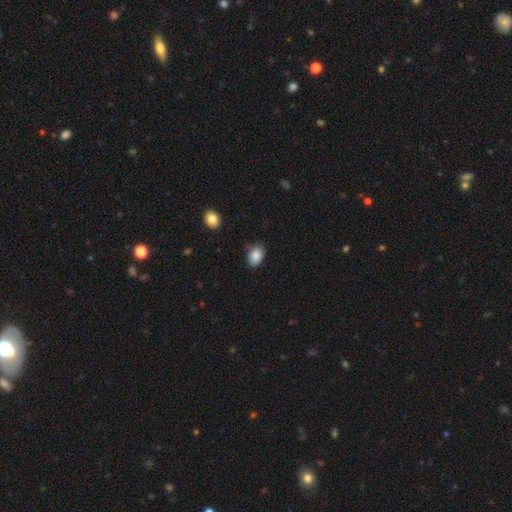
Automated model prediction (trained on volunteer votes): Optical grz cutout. It shows a smooth galaxy with no disk features (87%) that is in between round and cigar-shaped (76%). Merging: none (78%).